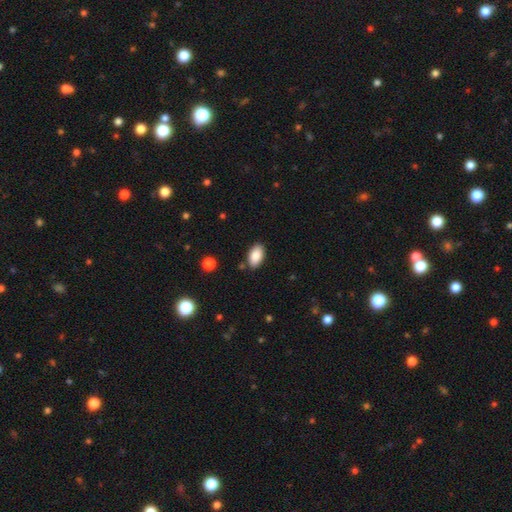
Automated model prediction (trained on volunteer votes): Q: Smooth or featured?
A: smooth (87%); runner-up: star or artifact (7%)
Q: How rounded?
A: in between (94%); runner-up: round (4%)
Q: Merging?
A: none (85%); runner-up: minor disturbance (11%)